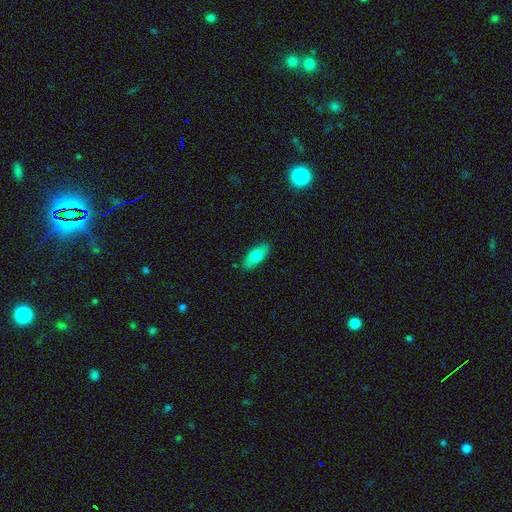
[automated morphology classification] Q: Smooth or featured?
A: smooth (74%); runner-up: featured or disk (20%)
Q: How rounded?
A: in between (84%); runner-up: cigar-shaped (13%)
Q: Merging?
A: none (87%); runner-up: minor disturbance (10%)